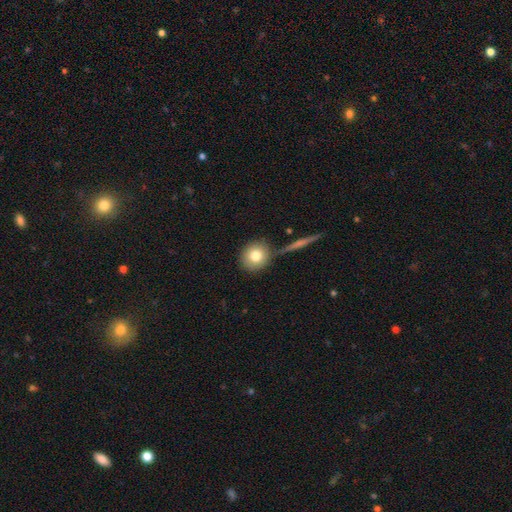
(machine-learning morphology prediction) Smooth or featured? smooth (79%)
How rounded? round (85%)
Merging? none (76%)